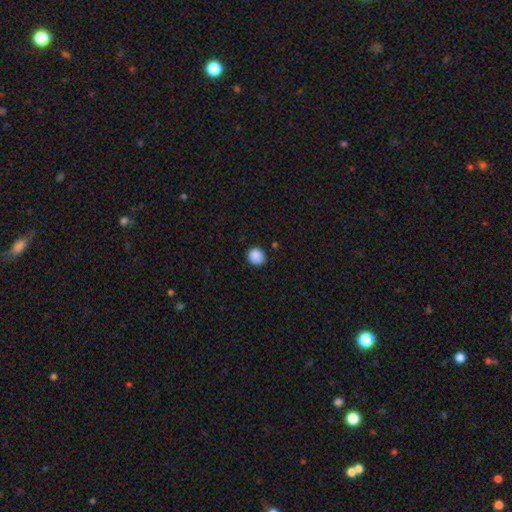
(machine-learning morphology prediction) Smooth or featured?
  - smooth: 88% *
  - star or artifact: 9%
  - featured or disk: 3%
How rounded?
  - round: 84% *
  - in between: 15%
  - cigar-shaped: 1%
Merging?
  - none: 86% *
  - minor disturbance: 10%
  - major disturbance: 2%
  - merger: 1%